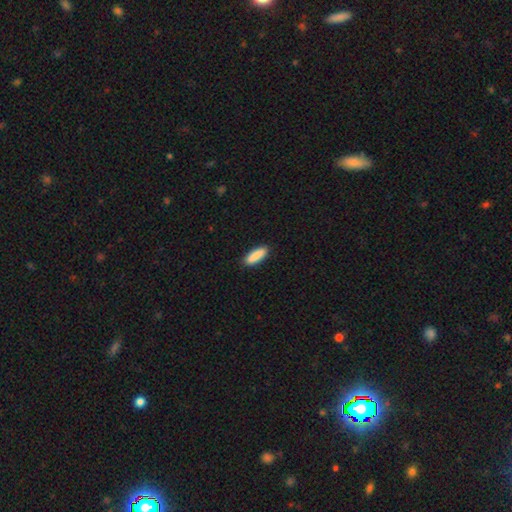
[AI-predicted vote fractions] Q: Smooth or featured?
A: smooth (88%); runner-up: featured or disk (6%)
Q: How rounded?
A: cigar-shaped (52%); runner-up: in between (46%)
Q: Merging?
A: none (90%); runner-up: minor disturbance (7%)